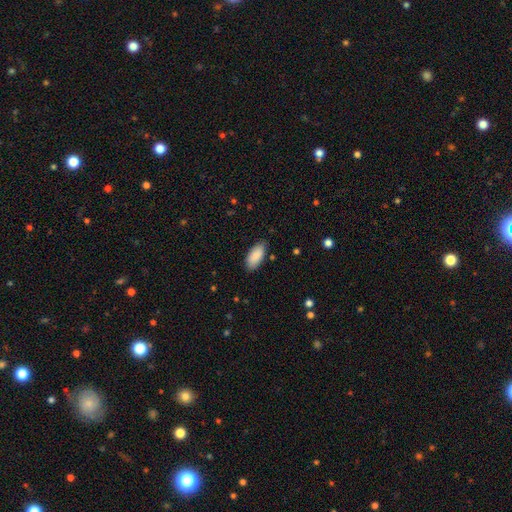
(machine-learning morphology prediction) This appears to be a smooth galaxy with no disk features (89%) that is in between round and cigar-shaped (90%). Merging: none (83%).